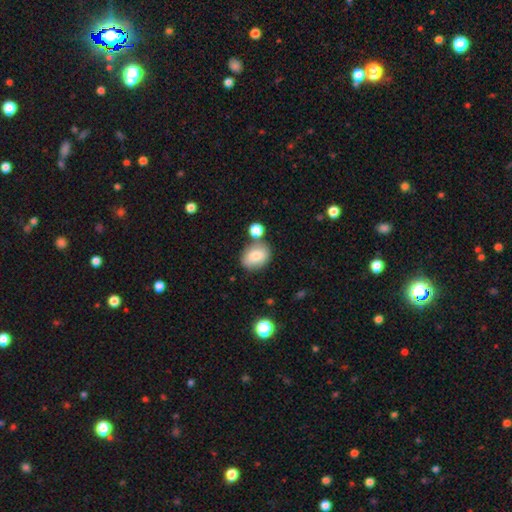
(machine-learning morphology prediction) Smooth or featured: smooth — 79% (featured or disk — 13%)
How rounded: in between — 69% (round — 30%)
Merging: none — 67% (minor disturbance — 15%)